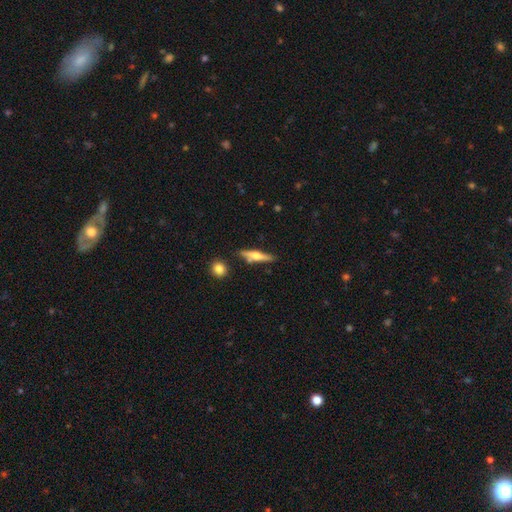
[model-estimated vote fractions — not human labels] Smooth or featured? Predicted: featured or disk (p=0.56). Edge-on disk? Predicted: yes (p=0.96). Edge-on bulge? Predicted: rounded (p=0.89). Merging? Predicted: none (p=0.81).